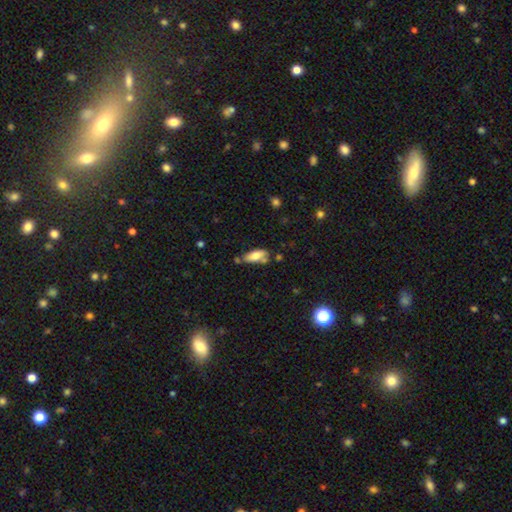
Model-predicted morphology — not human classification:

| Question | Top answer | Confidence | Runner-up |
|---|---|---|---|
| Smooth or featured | smooth | 74% | featured or disk (19%) |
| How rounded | in between | 80% | cigar-shaped (18%) |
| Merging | none | 57% | minor disturbance (24%) |